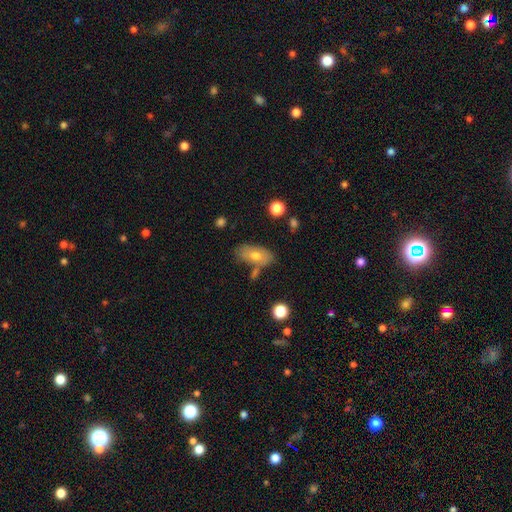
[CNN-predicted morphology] A smooth galaxy with no disk features (67%) that is in between round and cigar-shaped (88%). Merging: none (63%).